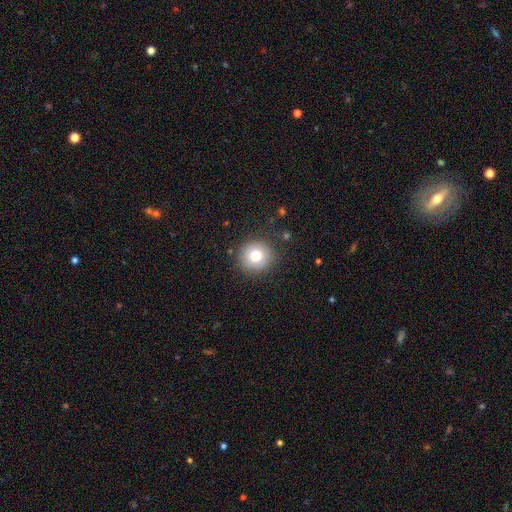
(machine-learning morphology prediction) This appears to be a smooth galaxy with no disk features (75%) that is round (94%). Merging: none (88%).